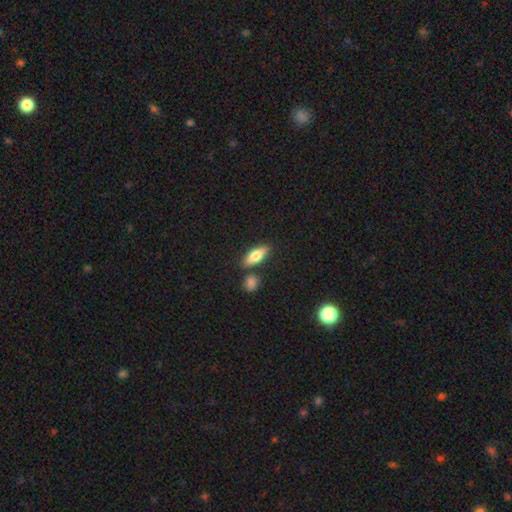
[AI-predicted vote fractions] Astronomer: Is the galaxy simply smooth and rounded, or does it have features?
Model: smooth — 77%.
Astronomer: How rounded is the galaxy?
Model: in between — 68%.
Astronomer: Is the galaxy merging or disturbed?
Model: none — 78%.